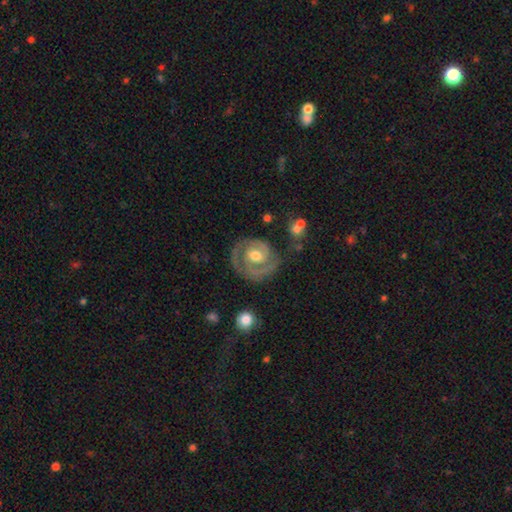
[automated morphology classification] Q: Smooth or featured?
A: featured or disk (85%); runner-up: smooth (10%)
Q: Edge-on disk?
A: no (98%); runner-up: yes (2%)
Q: Bar?
A: no (54%); runner-up: weak (37%)
Q: Spiral arms?
A: yes (94%); runner-up: no (6%)
Q: Spiral winding?
A: tight (62%); runner-up: medium (32%)
Q: Spiral arm count?
A: 2 (73%); runner-up: 1 (10%)
Q: Bulge size?
A: moderate (74%); runner-up: small (14%)
Q: Merging?
A: none (71%); runner-up: minor disturbance (18%)